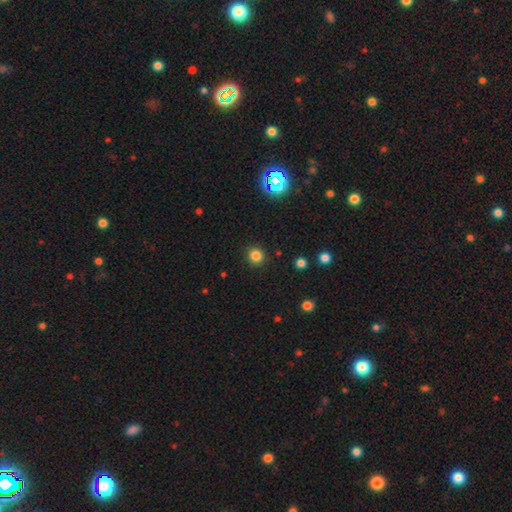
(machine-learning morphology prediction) smooth_or_featured: smooth (p=0.80) [alt: star or artifact p=0.15]
how_rounded: round (p=0.91) [alt: in between p=0.08]
merging: none (p=0.91) [alt: minor disturbance p=0.05]